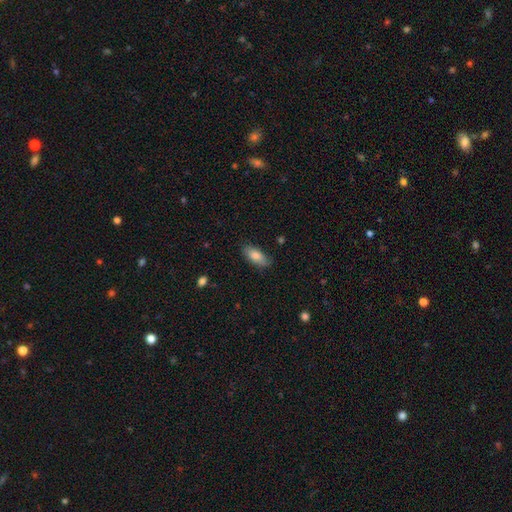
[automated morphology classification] smooth-or-featured: smooth: 83% | featured or disk: 10% | star or artifact: 6%
  how-rounded: in between: 87% | cigar-shaped: 11% | round: 2%
  merging: none: 79% | minor disturbance: 16% | major disturbance: 3% | merger: 1%